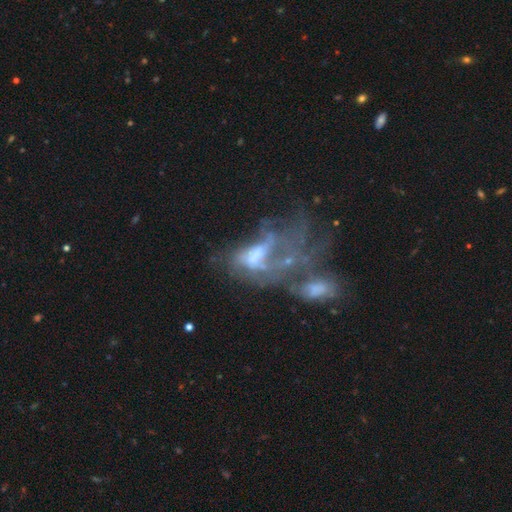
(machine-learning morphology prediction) Smooth or featured? featured or disk (63%)
Edge-on disk? no (94%)
Bar? no (63%)
Spiral arms? no (64%)
Bulge size? moderate (33%)
Merging? merger (54%)